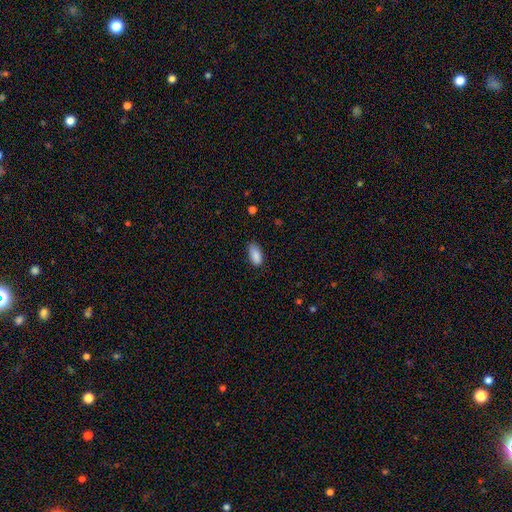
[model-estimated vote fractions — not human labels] A smooth galaxy with no disk features (88%) that is in between round and cigar-shaped (89%).

Vote fractions:
- Smooth or featured? smooth: 88% / star or artifact: 7% / featured or disk: 4%
- How rounded? in between: 89% / cigar-shaped: 9% / round: 2%
- Merging? none: 73% / minor disturbance: 22% / major disturbance: 4% / merger: 1%